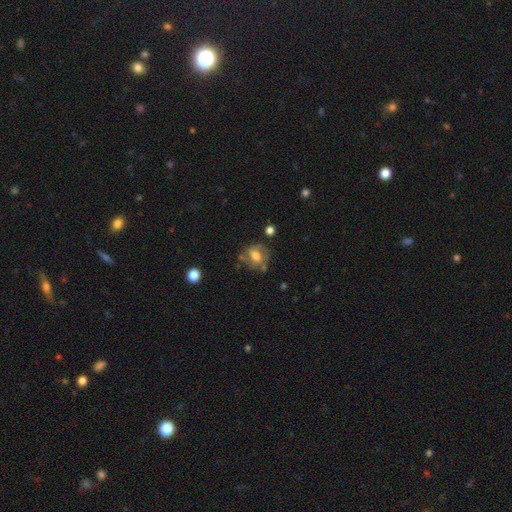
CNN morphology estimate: This appears to be a smooth galaxy with no disk features (46%). Merging: none (57%).